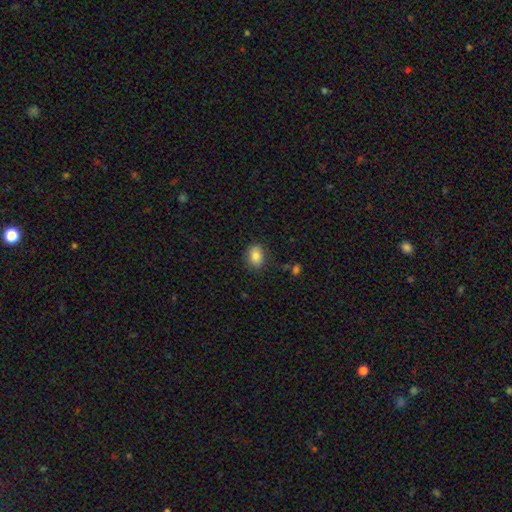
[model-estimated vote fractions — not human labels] This is clearly a smooth galaxy (85%). How rounded: likely in between (66%). Merging: clearly none (85%).